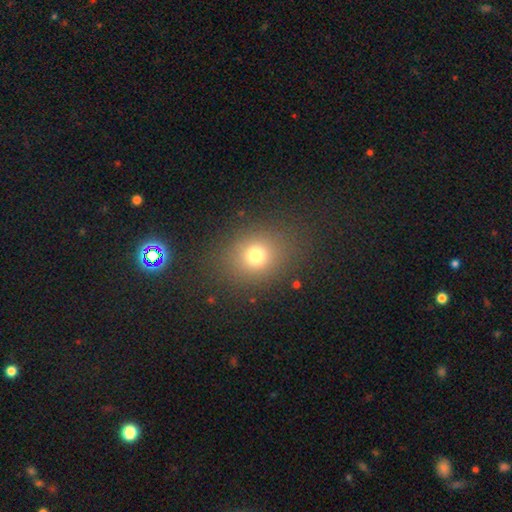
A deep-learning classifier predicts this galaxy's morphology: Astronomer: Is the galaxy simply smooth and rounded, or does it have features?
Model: smooth — 73%.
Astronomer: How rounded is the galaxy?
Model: round — 69%.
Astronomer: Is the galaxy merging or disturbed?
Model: none — 84%.